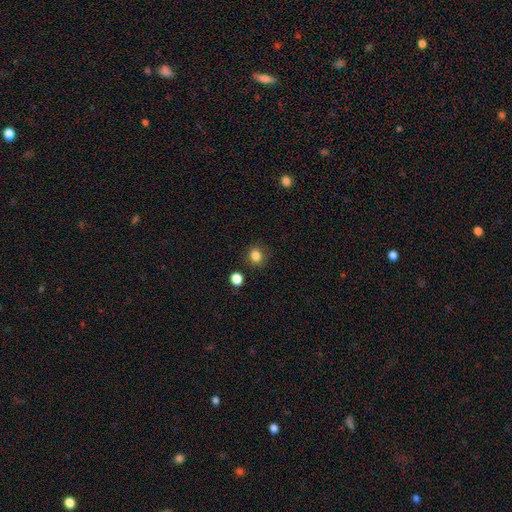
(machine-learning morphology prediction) Overall: smooth (84%). How rounded: round (74%). Merging: none (83%).